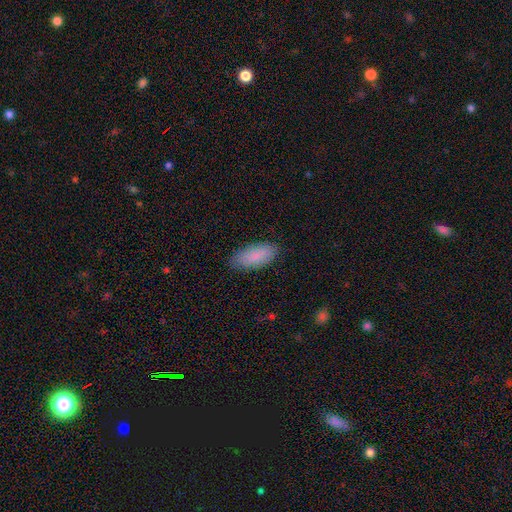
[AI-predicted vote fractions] Smooth or featured? Predicted: smooth (p=0.88). How rounded? Predicted: in between (p=0.86). Merging? Predicted: none (p=0.85).